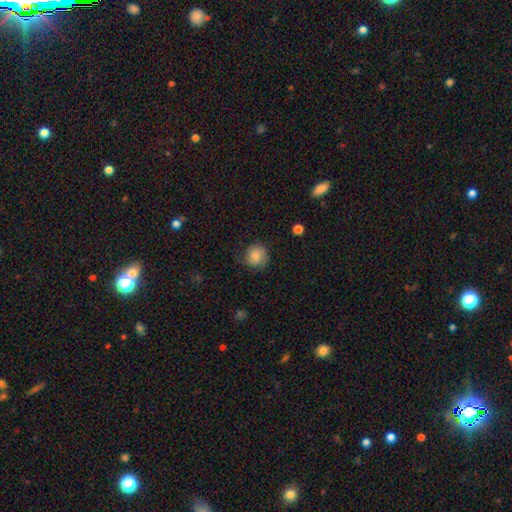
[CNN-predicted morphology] smooth 58%, featured or disk 33%, star or artifact 9%. Down the decision tree: how rounded — round (84%); merging — none (64%).